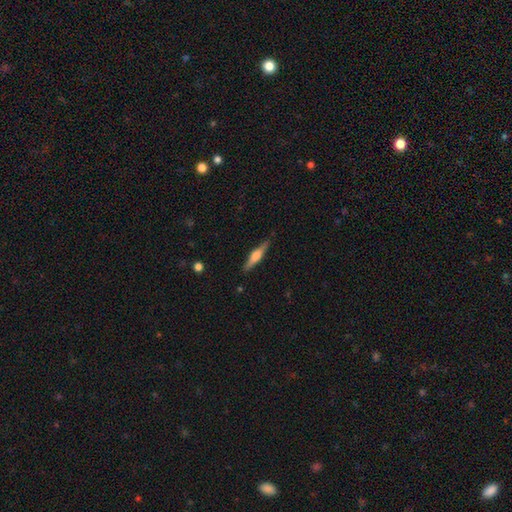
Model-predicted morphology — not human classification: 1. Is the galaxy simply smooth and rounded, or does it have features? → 54% featured or disk, 41% smooth, 6% star or artifact.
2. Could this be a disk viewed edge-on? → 96% yes, 4% no.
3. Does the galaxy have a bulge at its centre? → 78% rounded, 16% boxy, 6% none.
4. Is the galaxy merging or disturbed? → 87% none, 9% minor disturbance, 2% major disturbance, 1% merger.